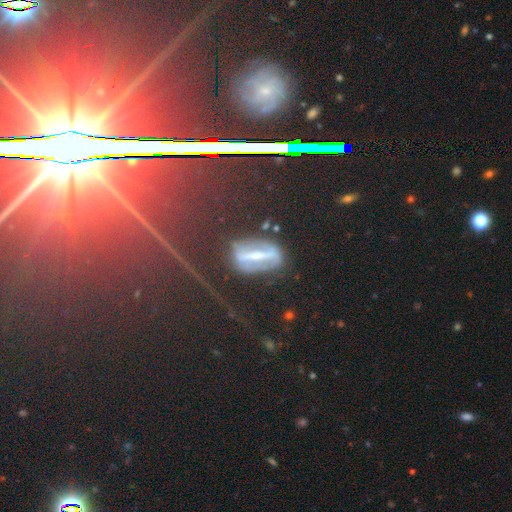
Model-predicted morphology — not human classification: Overall: star or artifact (44%; featured or disk 36%).